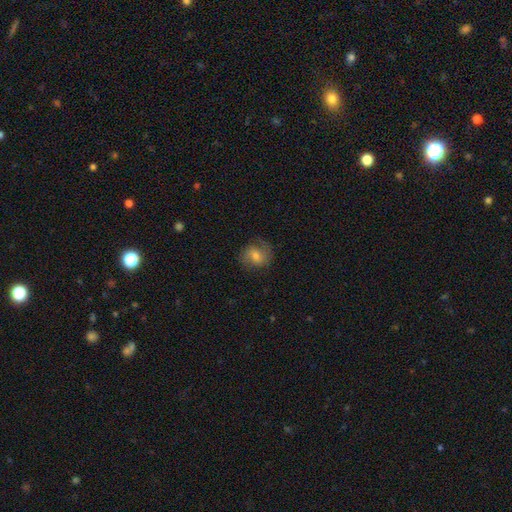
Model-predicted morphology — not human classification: smooth-or-featured: smooth: 54% | featured or disk: 37% | star or artifact: 9%
  how-rounded: round: 69% | in between: 30% | cigar-shaped: 1%
  merging: none: 70% | minor disturbance: 20% | major disturbance: 9% | merger: 1%